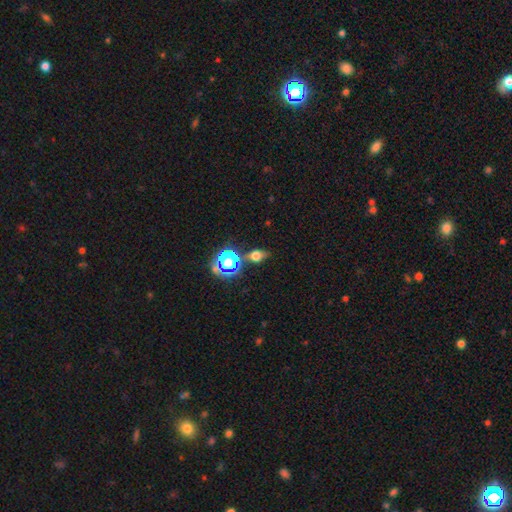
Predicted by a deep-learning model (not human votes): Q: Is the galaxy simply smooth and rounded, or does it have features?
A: smooth — 57%.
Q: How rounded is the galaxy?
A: in between — 50%.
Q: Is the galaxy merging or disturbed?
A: none — 68%.